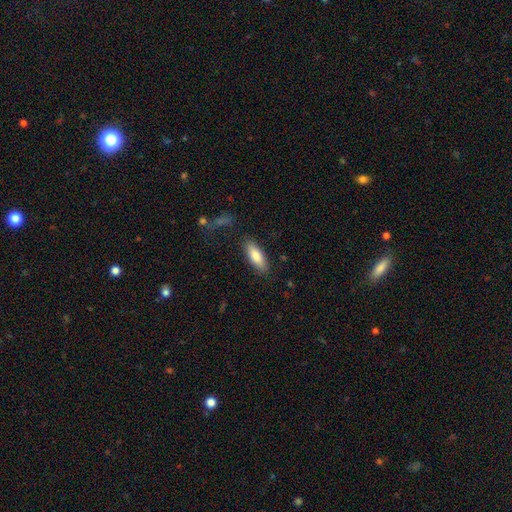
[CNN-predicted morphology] Smooth or featured: smooth — 82% (featured or disk — 12%)
How rounded: in between — 67% (cigar-shaped — 31%)
Merging: none — 84% (minor disturbance — 11%)